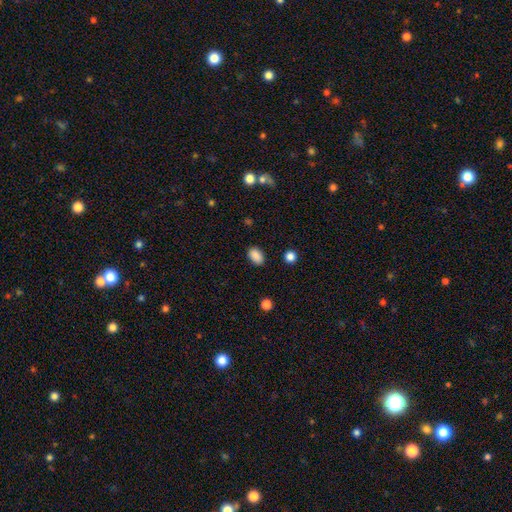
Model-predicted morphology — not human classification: smooth 88%, star or artifact 9%, featured or disk 3%. Down the decision tree: how rounded — in between (87%); merging — none (87%).